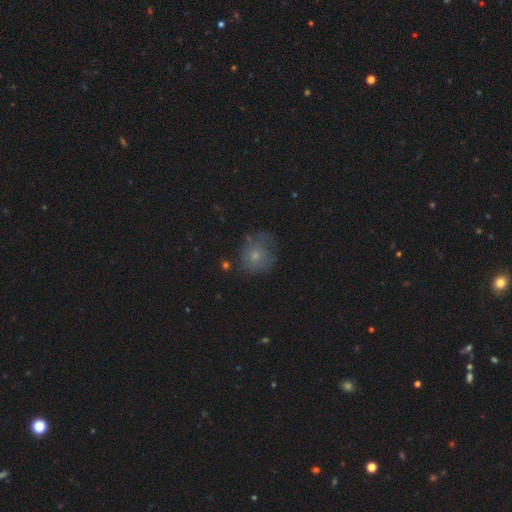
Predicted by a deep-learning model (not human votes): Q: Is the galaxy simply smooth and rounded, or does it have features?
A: smooth — 58%.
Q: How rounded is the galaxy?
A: round — 74%.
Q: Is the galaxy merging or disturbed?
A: none — 53%.